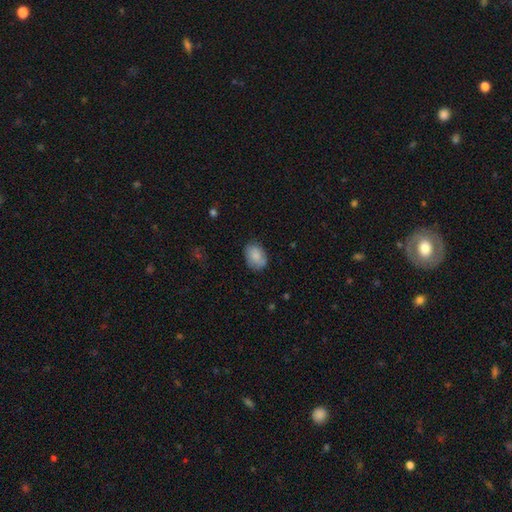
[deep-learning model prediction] smooth_or_featured: smooth (p=0.83) [alt: featured or disk p=0.10]
how_rounded: in between (p=0.76) [alt: round p=0.23]
merging: none (p=0.75) [alt: minor disturbance p=0.19]